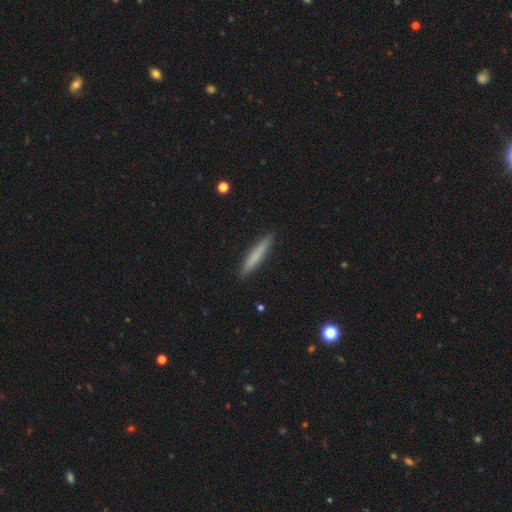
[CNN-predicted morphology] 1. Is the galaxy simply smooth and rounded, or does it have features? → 73% smooth, 21% featured or disk, 6% star or artifact.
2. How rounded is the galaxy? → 95% cigar-shaped, 4% in between, 1% round.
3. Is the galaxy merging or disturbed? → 91% none, 7% minor disturbance, 1% major disturbance, 1% merger.